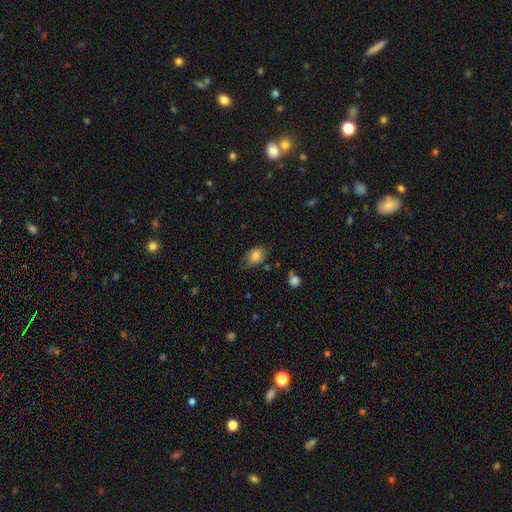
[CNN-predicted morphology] Q: Smooth or featured?
A: smooth (81%); runner-up: featured or disk (10%)
Q: How rounded?
A: in between (65%); runner-up: round (34%)
Q: Merging?
A: none (69%); runner-up: minor disturbance (24%)